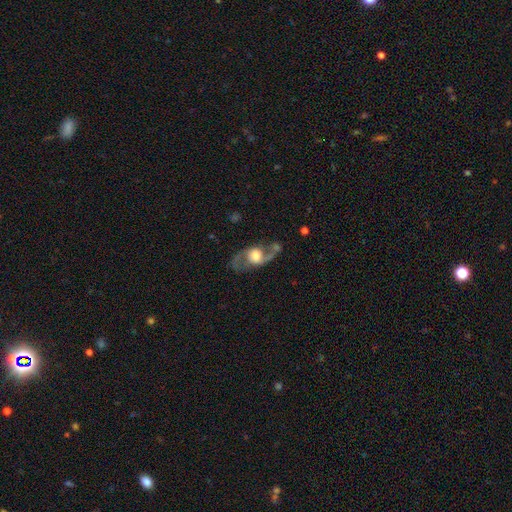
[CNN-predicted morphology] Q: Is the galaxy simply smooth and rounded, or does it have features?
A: featured or disk — 75%.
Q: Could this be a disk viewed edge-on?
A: no — 91%.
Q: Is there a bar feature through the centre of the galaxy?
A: no — 70%.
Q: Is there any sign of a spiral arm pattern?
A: yes — 82%.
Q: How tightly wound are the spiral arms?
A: loose — 59%.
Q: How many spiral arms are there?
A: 2 — 89%.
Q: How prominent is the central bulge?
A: moderate — 45%.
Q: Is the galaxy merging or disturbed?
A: none — 60%.